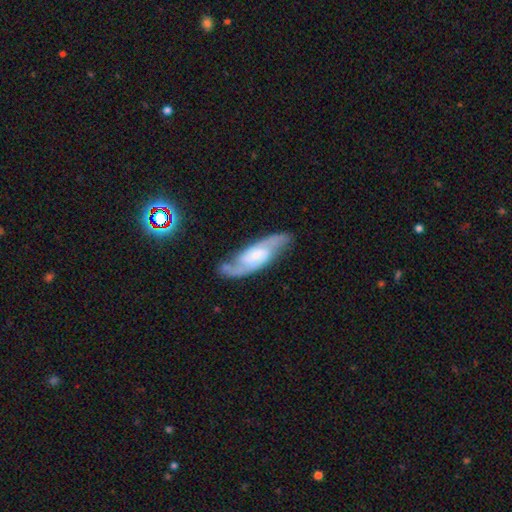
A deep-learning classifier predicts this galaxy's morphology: smooth_or_featured: featured or disk (p=0.81) [alt: smooth p=0.13]
disk_edge_on: no (p=0.88) [alt: yes p=0.12]
bar: no (p=0.47) [alt: weak p=0.40]
has_spiral_arms: yes (p=0.96) [alt: no p=0.04]
spiral_winding: medium (p=0.50) [alt: tight p=0.26]
spiral_arm_count: 2 (p=0.87) [alt: can't tell p=0.07]
bulge_size: small (p=0.47) [alt: moderate p=0.31]
merging: none (p=0.76) [alt: minor disturbance p=0.16]